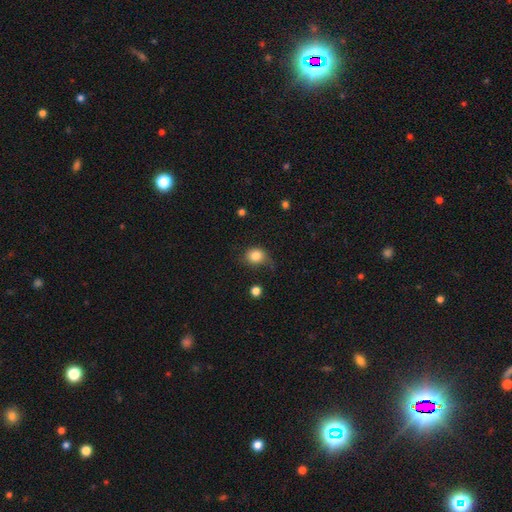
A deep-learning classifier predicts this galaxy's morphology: smooth 81%, star or artifact 11%, featured or disk 8%. Down the decision tree: how rounded — round (71%); merging — none (58%).